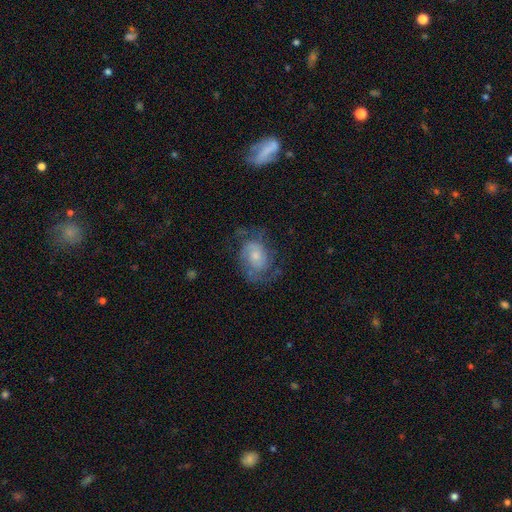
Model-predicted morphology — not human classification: Smooth or featured? Predicted: featured or disk (p=0.67). Edge-on disk? Predicted: no (p=0.97). Bar? Predicted: no (p=0.73). Spiral arms? Predicted: yes (p=0.85). Spiral winding? Predicted: medium (p=0.43). Spiral arm count? Predicted: 2 (p=0.57). Bulge size? Predicted: small (p=0.45). Merging? Predicted: none (p=0.57).